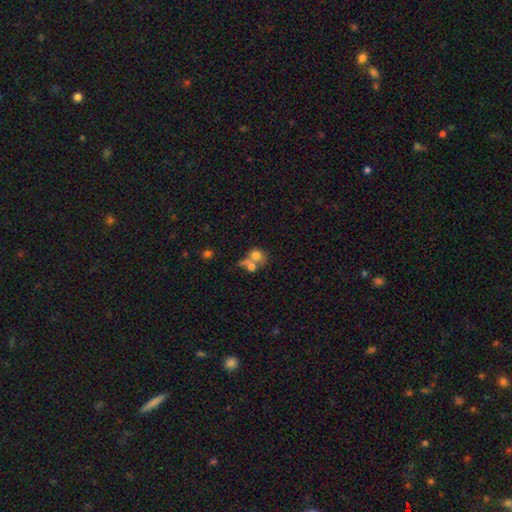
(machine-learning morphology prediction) smooth-or-featured: smooth: 67% | featured or disk: 22% | star or artifact: 11%
  how-rounded: round: 62% | in between: 37% | cigar-shaped: 1%
  merging: merger: 60% | none: 22% | minor disturbance: 9% | major disturbance: 9%